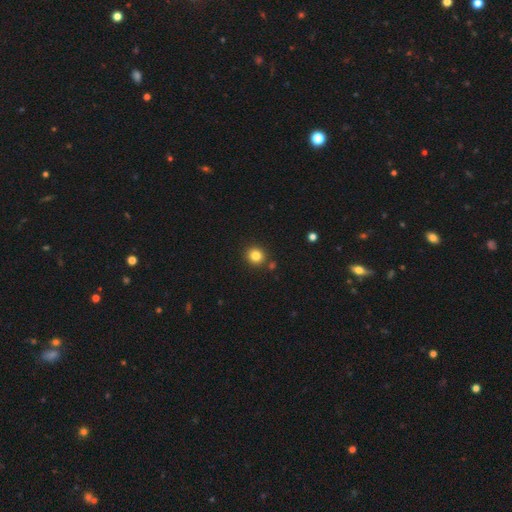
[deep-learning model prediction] A smooth galaxy with no disk features (83%) that is round (89%). Merging: none (86%).